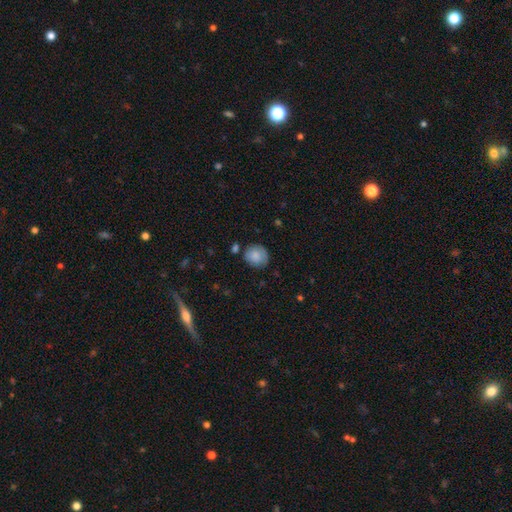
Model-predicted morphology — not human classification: Smooth or featured? smooth (82%)
How rounded? round (80%)
Merging? none (72%)